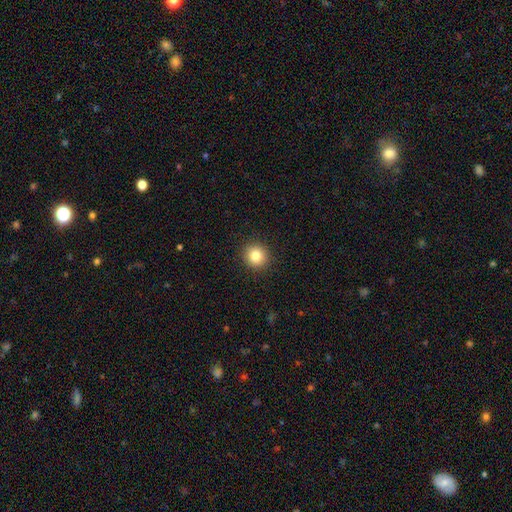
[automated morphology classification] Smooth or featured? Predicted: smooth (p=0.83). How rounded? Predicted: round (p=0.91). Merging? Predicted: none (p=0.92).